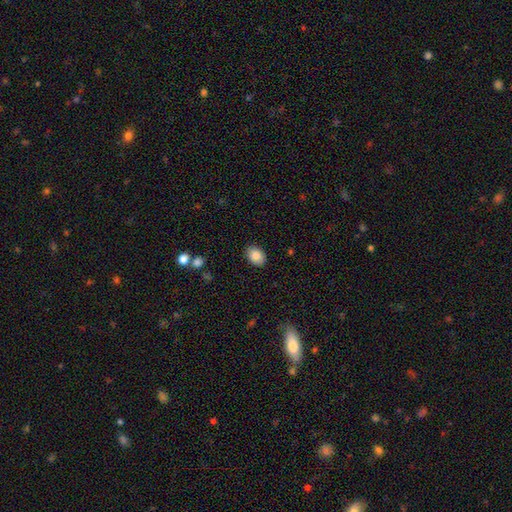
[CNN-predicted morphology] Overall: smooth (85%). How rounded: in between (76%). Merging: none (88%).